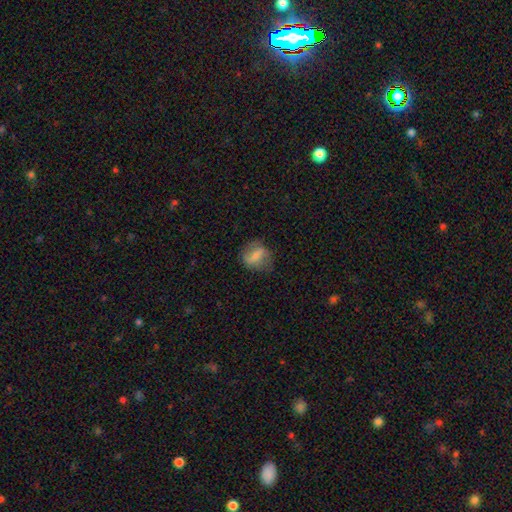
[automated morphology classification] Smooth or featured: smooth — 52% (featured or disk — 39%)
How rounded: round — 53% (in between — 44%)
Merging: none — 64% (minor disturbance — 23%)